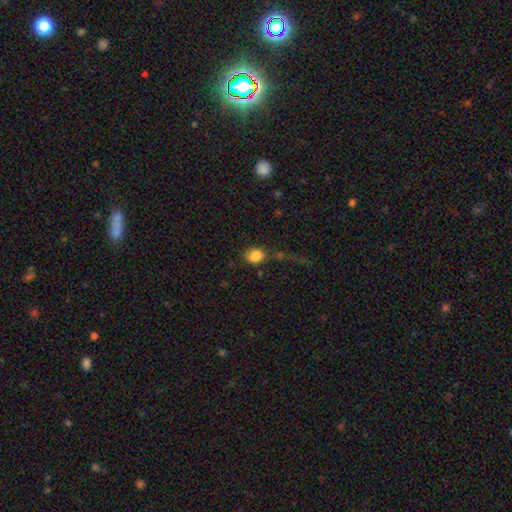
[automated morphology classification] A smooth galaxy with no disk features (84%) that is in between round and cigar-shaped (53%). Merging: none (57%).